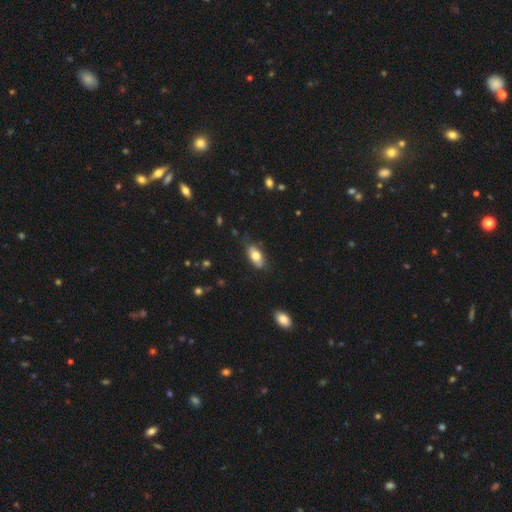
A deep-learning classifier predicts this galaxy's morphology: smooth 73%, featured or disk 20%, star or artifact 7%. Down the decision tree: how rounded — in between (90%); merging — none (77%).